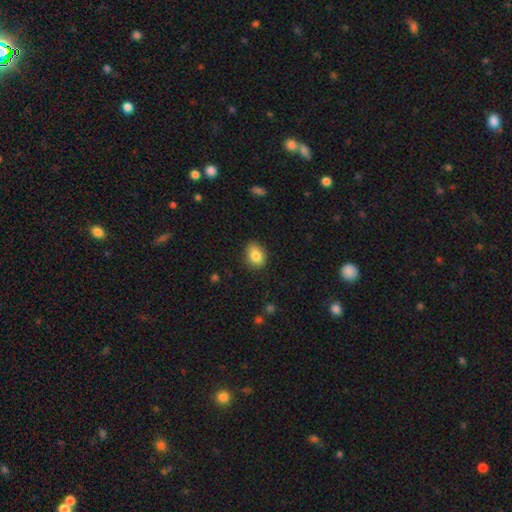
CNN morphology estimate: Overall: smooth (83%). How rounded: in between (62%; round 37%). Merging: none (85%).